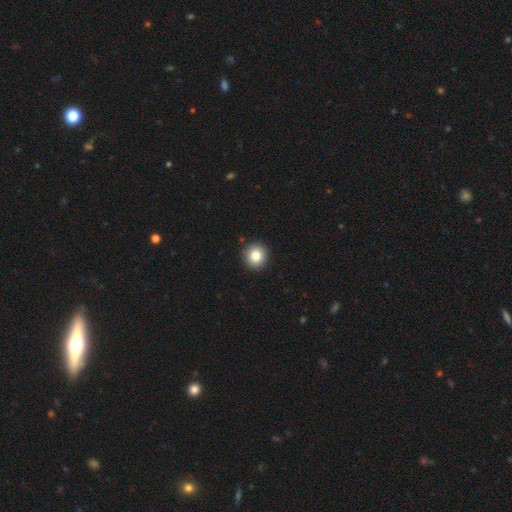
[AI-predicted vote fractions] A smooth galaxy with no disk features (84%) that is round (91%). Merging: none (92%).